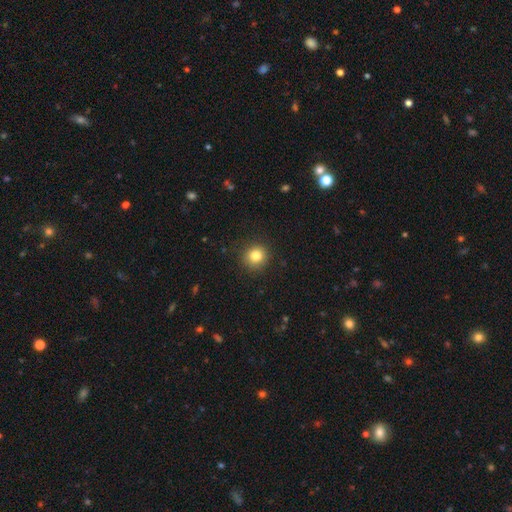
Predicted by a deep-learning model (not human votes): smooth 82%, star or artifact 12%, featured or disk 6%. Down the decision tree: how rounded — round (92%); merging — none (91%).